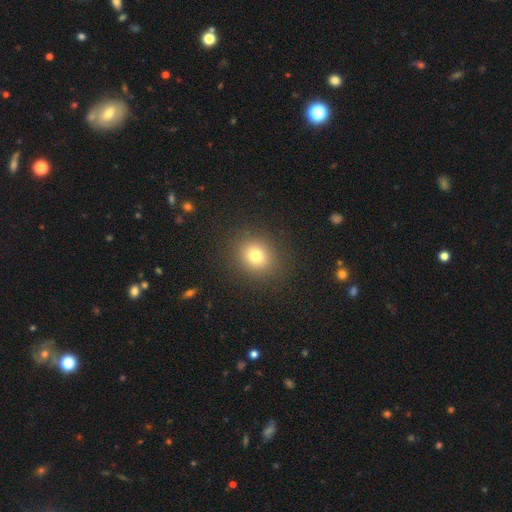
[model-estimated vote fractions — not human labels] This appears to be a smooth galaxy with no disk features (77%) that is round (77%). Merging: none (89%).